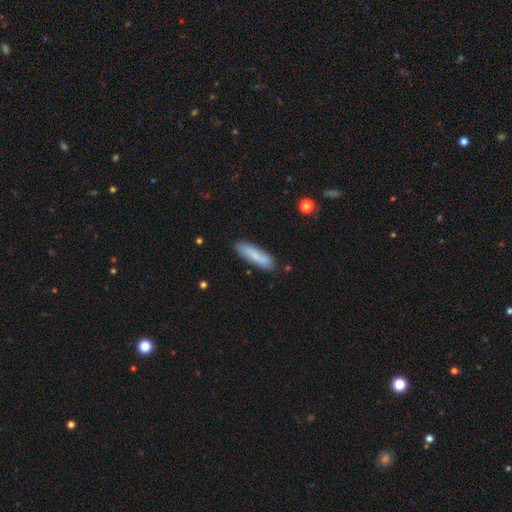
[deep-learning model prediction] smooth-or-featured: smooth: 77% | featured or disk: 16% | star or artifact: 6%
  how-rounded: cigar-shaped: 71% | in between: 28% | round: 2%
  merging: none: 82% | minor disturbance: 13% | major disturbance: 2% | merger: 2%